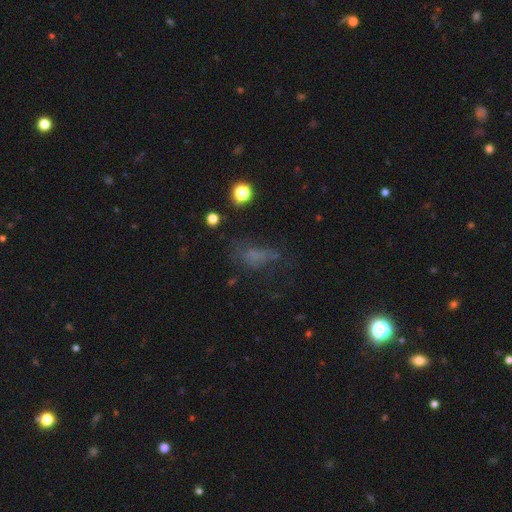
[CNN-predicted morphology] A smooth galaxy with no disk features (47%).

Vote fractions:
- Smooth or featured? smooth: 47% / star or artifact: 29% / featured or disk: 25%
- Merging? none: 39% / major disturbance: 33% / minor disturbance: 23% / merger: 5%